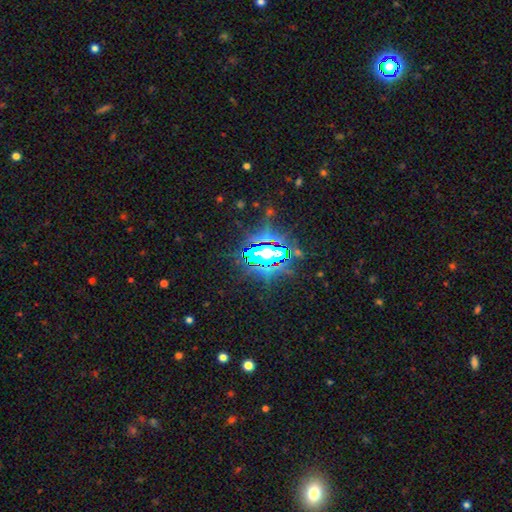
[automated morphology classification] Overall: star or artifact (83%).